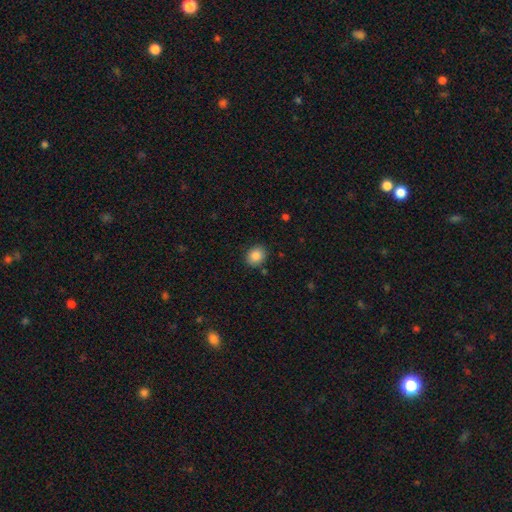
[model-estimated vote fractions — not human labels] Smooth or featured?
  - smooth: 86% *
  - star or artifact: 9%
  - featured or disk: 5%
How rounded?
  - round: 66% *
  - in between: 33%
  - cigar-shaped: 1%
Merging?
  - none: 87% *
  - minor disturbance: 9%
  - major disturbance: 2%
  - merger: 2%